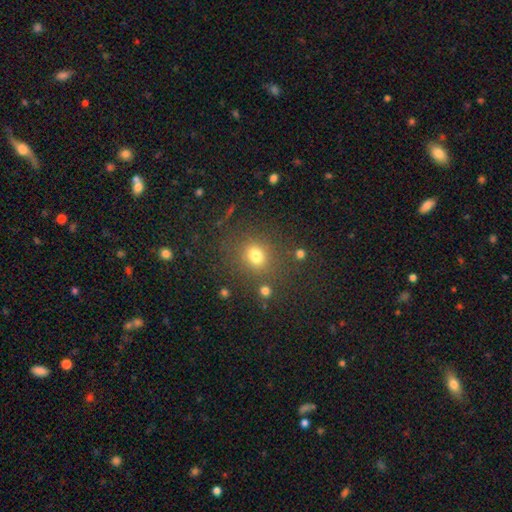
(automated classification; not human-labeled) Smooth or featured? Predicted: smooth (p=0.74). How rounded? Predicted: round (p=0.71). Merging? Predicted: none (p=0.77).